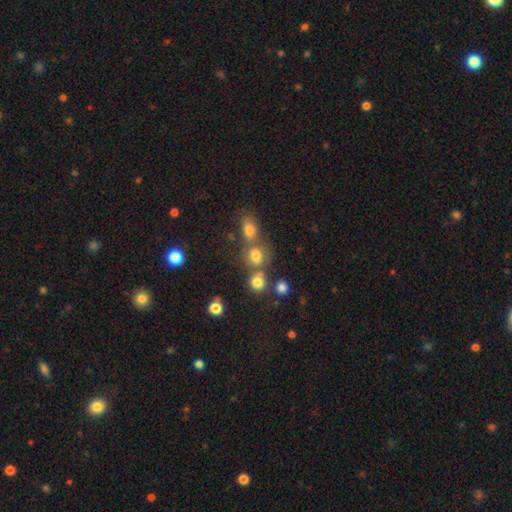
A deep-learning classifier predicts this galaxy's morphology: A smooth galaxy with no disk features (75%) that is round (74%). Merging: none (52%).